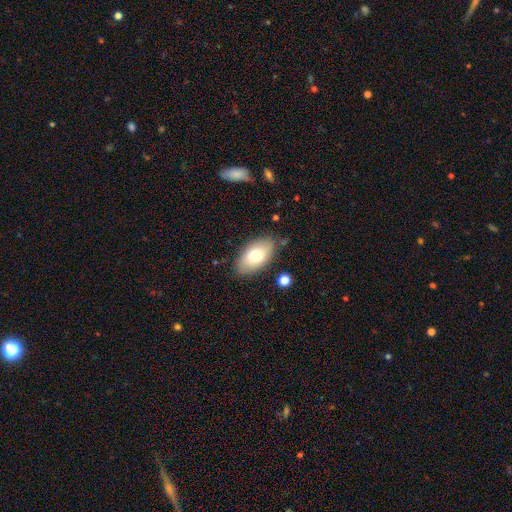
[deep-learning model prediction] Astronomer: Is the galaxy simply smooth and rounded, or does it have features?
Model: smooth — 73%.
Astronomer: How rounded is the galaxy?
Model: in between — 94%.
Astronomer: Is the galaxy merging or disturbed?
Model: none — 81%.